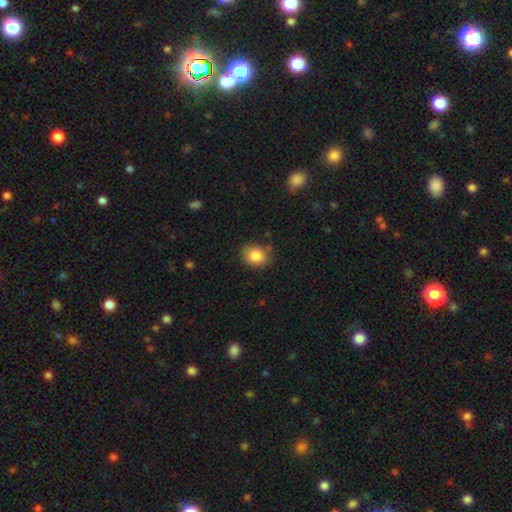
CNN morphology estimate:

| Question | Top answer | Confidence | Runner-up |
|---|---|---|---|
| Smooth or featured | smooth | 85% | star or artifact (9%) |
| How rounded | round | 54% | in between (45%) |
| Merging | none | 76% | minor disturbance (17%) |